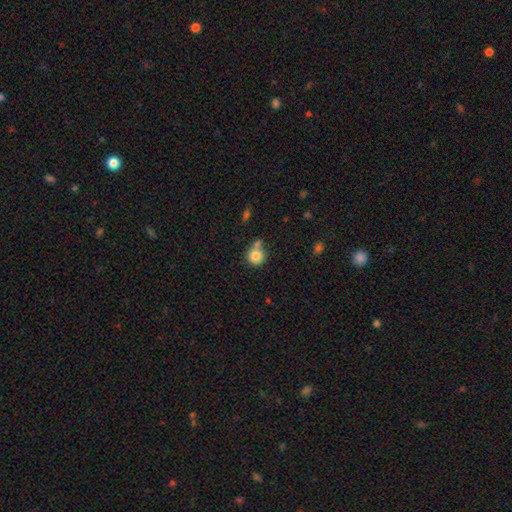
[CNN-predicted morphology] smooth-or-featured: smooth: 82% | star or artifact: 9% | featured or disk: 9%
  how-rounded: round: 89% | in between: 10% | cigar-shaped: 1%
  merging: none: 57% | merger: 26% | minor disturbance: 13% | major disturbance: 4%